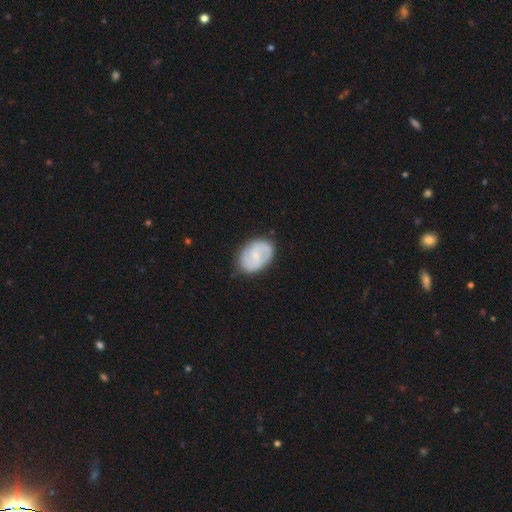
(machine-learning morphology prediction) Q: Smooth or featured?
A: featured or disk (59%); runner-up: smooth (35%)
Q: Edge-on disk?
A: no (97%); runner-up: yes (3%)
Q: Bar?
A: no (48%); runner-up: weak (43%)
Q: Spiral arms?
A: yes (79%); runner-up: no (21%)
Q: Bulge size?
A: small (58%); runner-up: moderate (30%)
Q: Merging?
A: none (78%); runner-up: minor disturbance (16%)